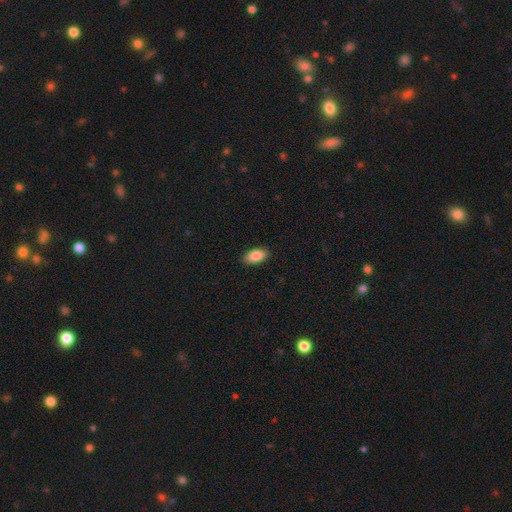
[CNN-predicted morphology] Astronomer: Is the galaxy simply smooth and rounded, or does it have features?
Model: smooth — 87%.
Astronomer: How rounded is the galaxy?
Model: in between — 92%.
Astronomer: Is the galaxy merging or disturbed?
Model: none — 89%.